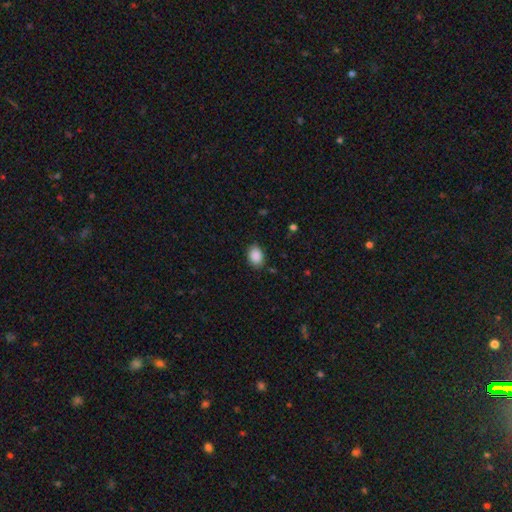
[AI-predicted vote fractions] smooth_or_featured: smooth (p=0.89) [alt: star or artifact p=0.08]
how_rounded: in between (p=0.75) [alt: round p=0.24]
merging: none (p=0.84) [alt: minor disturbance p=0.12]